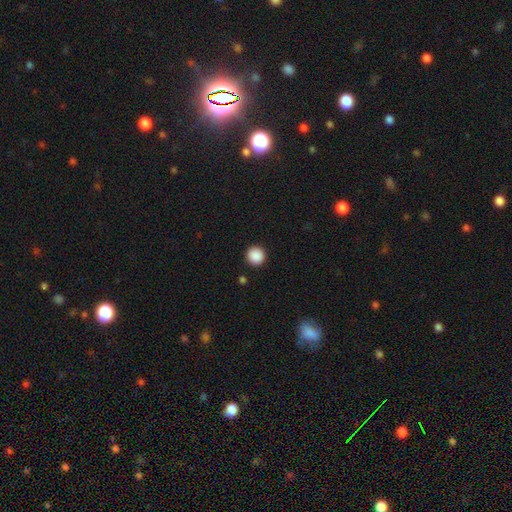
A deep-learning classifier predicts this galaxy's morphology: type=smooth (89%); roundness=round (95%); merging=none (92%).